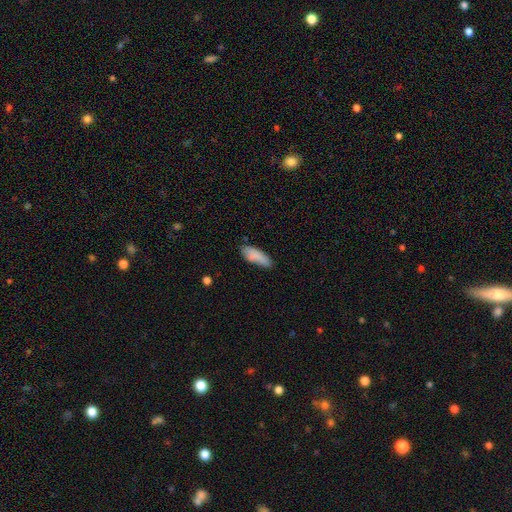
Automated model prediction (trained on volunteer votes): This appears to be a smooth galaxy with no disk features (84%) that is in between round and cigar-shaped (65%). Merging: none (67%).